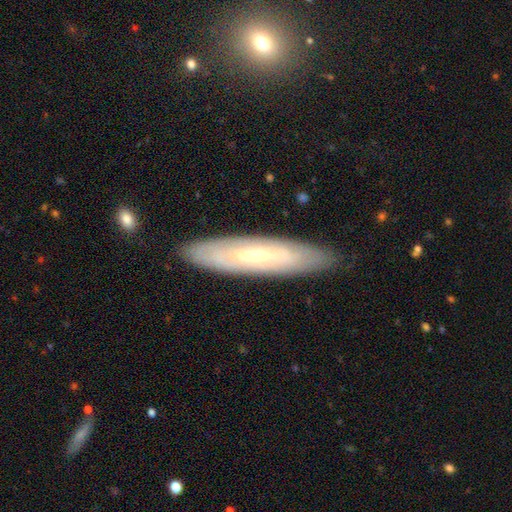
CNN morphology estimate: smooth_or_featured: featured or disk (p=0.64) [alt: smooth p=0.29]
disk_edge_on: no (p=0.57) [alt: yes p=0.43]
merging: none (p=0.87) [alt: minor disturbance p=0.10]